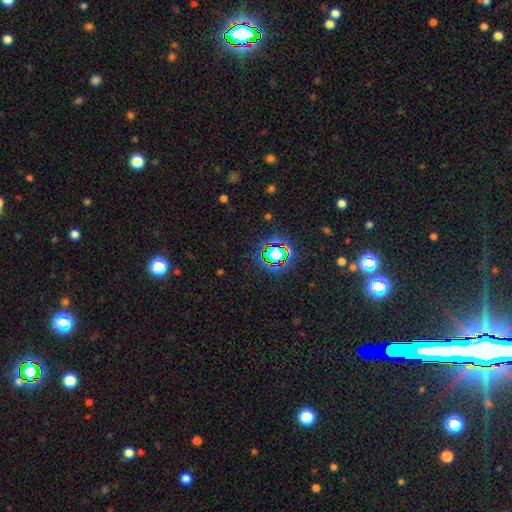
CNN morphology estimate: smooth-or-featured: star or artifact: 77% | smooth: 14% | featured or disk: 9%